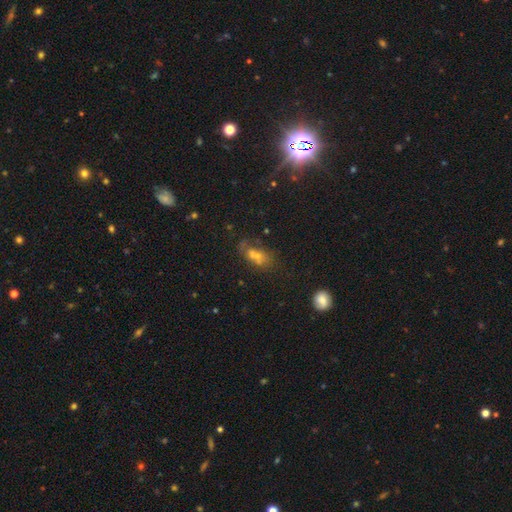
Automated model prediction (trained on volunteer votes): Overall: smooth (48%; star or artifact 31%). Merging: none (43%; merger 26%).